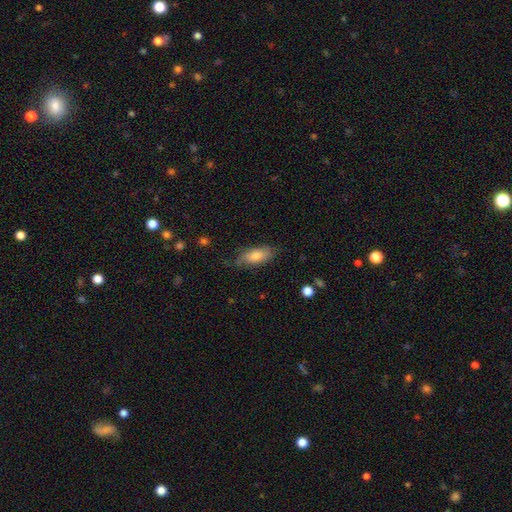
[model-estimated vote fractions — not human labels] smooth 71%, featured or disk 22%, star or artifact 7%. Down the decision tree: how rounded — in between (75%); merging — none (71%).